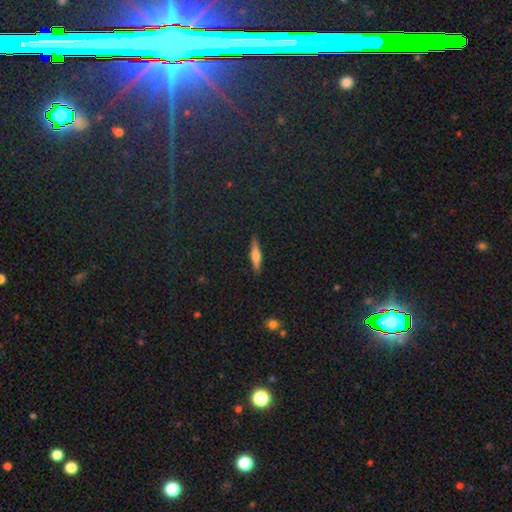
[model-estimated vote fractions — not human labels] A smooth galaxy with no disk features (47%). Merging: none (90%).